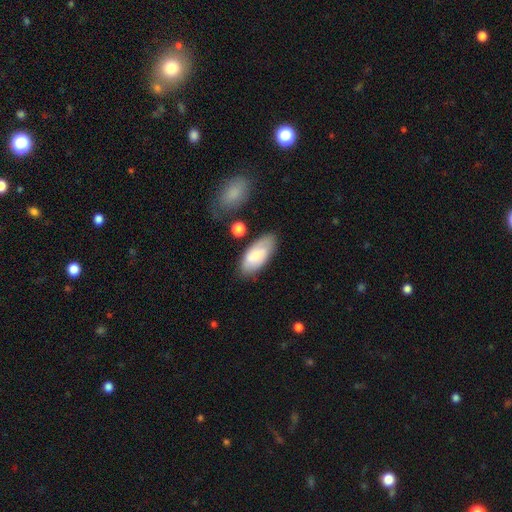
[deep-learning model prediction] smooth 72%, featured or disk 22%, star or artifact 6%. Down the decision tree: how rounded — in between (90%); merging — none (74%).